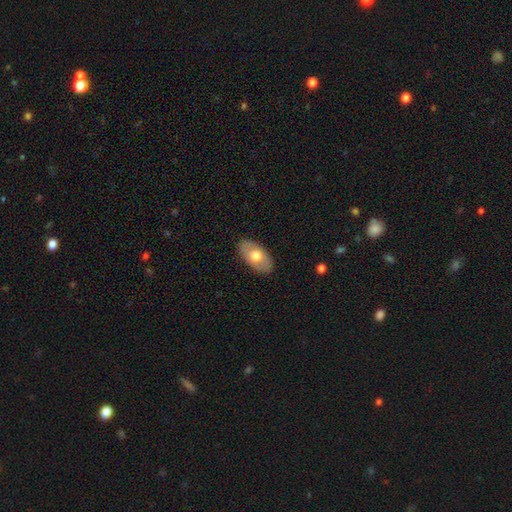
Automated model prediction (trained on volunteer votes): Morphology: type=smooth (59%); roundness=in between (93%); merging=none (86%).